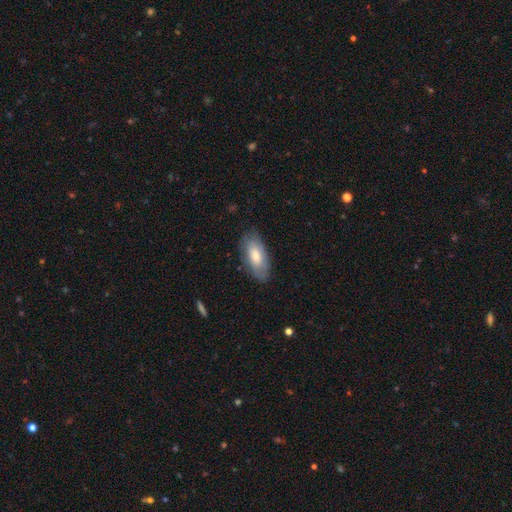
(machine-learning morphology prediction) Q: Smooth or featured?
A: smooth (69%); runner-up: featured or disk (25%)
Q: How rounded?
A: in between (89%); runner-up: cigar-shaped (9%)
Q: Merging?
A: none (78%); runner-up: minor disturbance (17%)